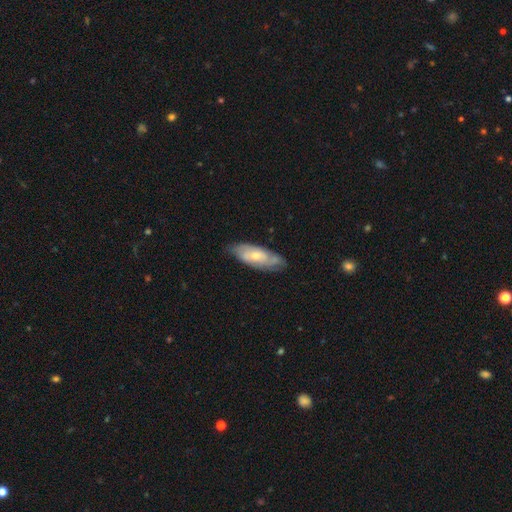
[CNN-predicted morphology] This appears to be a featured or disk galaxy (55%). Merging: none (71%).